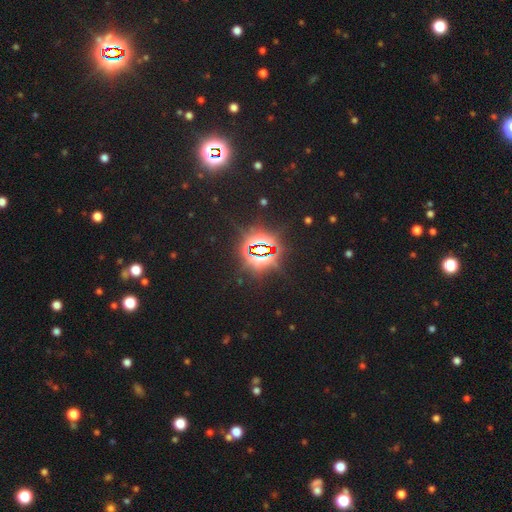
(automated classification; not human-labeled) Q: Smooth or featured?
A: star or artifact (82%); runner-up: smooth (11%)